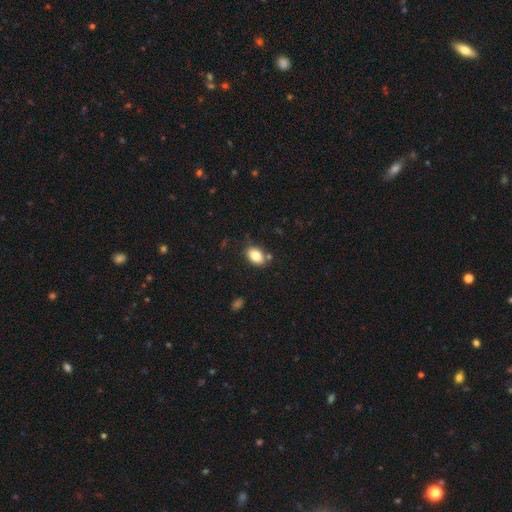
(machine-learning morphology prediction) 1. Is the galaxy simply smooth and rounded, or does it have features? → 82% smooth, 9% featured or disk, 8% star or artifact.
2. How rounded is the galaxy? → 82% in between, 17% round, 1% cigar-shaped.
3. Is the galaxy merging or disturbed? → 77% none, 14% minor disturbance, 5% merger, 3% major disturbance.